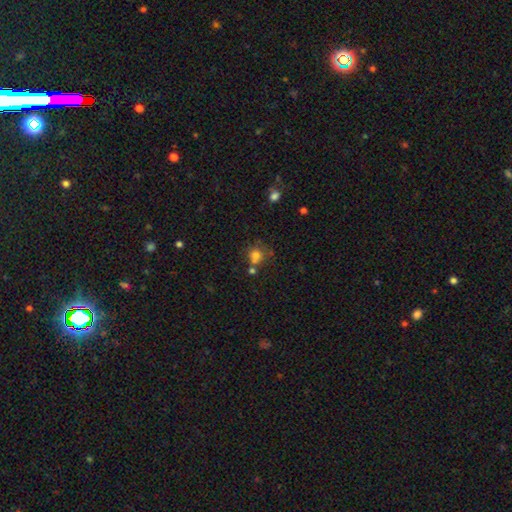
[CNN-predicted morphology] A smooth galaxy with no disk features (74%) that is round (80%).

Vote fractions:
- Smooth or featured? smooth: 74% / star or artifact: 14% / featured or disk: 12%
- How rounded? round: 80% / in between: 19% / cigar-shaped: 1%
- Merging? none: 48% / merger: 28% / minor disturbance: 16% / major disturbance: 8%